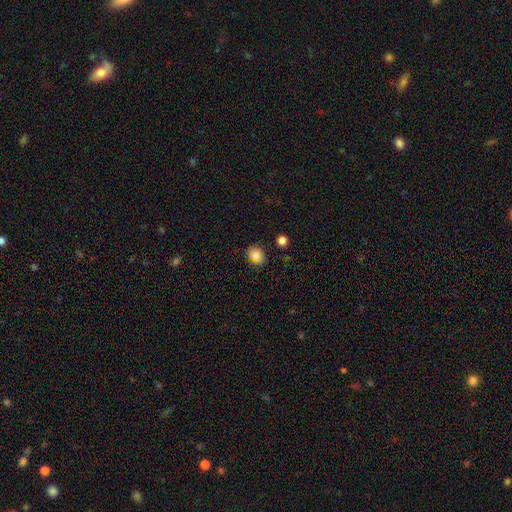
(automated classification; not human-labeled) A smooth galaxy with no disk features (80%) that is round (71%). Merging: none (79%).